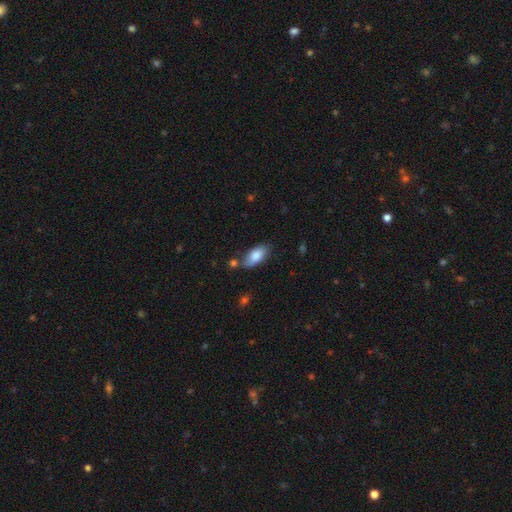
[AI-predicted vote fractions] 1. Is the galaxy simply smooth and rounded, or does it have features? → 82% smooth, 12% featured or disk, 7% star or artifact.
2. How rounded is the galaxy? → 91% in between, 7% cigar-shaped, 3% round.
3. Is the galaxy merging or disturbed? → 63% none, 21% minor disturbance, 10% merger, 5% major disturbance.